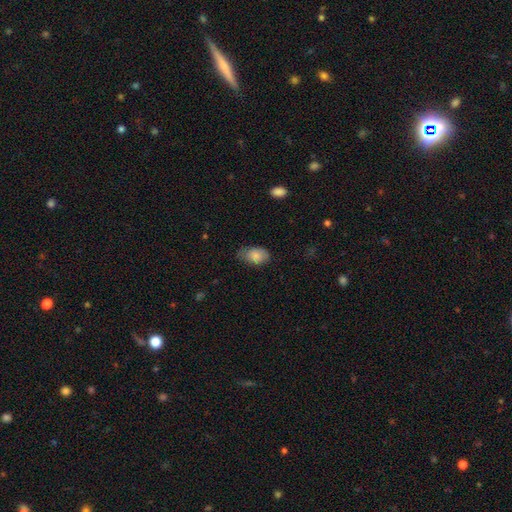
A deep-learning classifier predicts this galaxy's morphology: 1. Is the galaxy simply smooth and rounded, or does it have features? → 83% smooth, 9% featured or disk, 7% star or artifact.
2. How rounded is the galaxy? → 88% in between, 11% round, 1% cigar-shaped.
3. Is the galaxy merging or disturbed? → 56% none, 33% minor disturbance, 9% major disturbance, 1% merger.